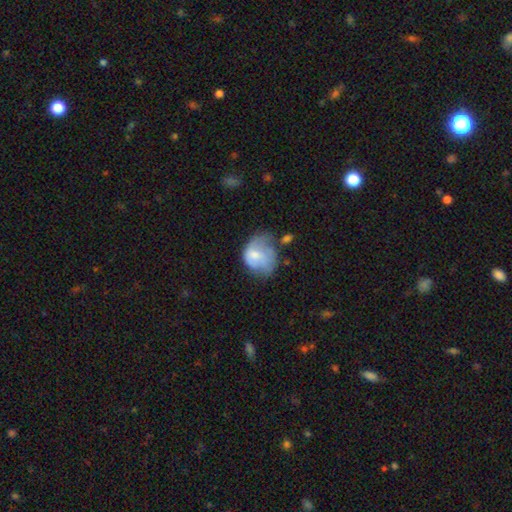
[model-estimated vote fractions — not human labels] Morphology: type=smooth (59%); roundness=round (50%); merging=major disturbance (34%).